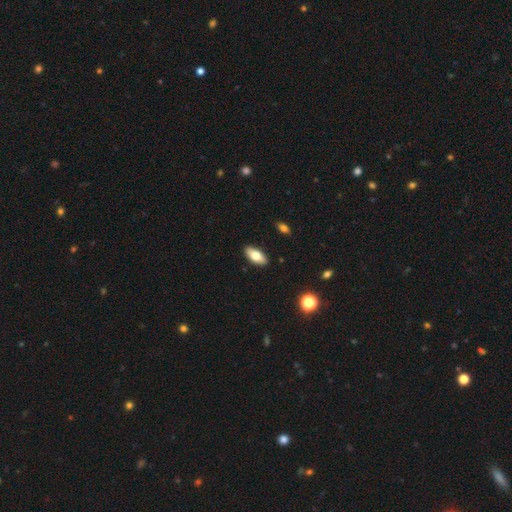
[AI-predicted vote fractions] A smooth galaxy with no disk features (72%) that is in between round and cigar-shaped (85%).

Vote fractions:
- Smooth or featured? smooth: 72% / featured or disk: 21% / star or artifact: 7%
- How rounded? in between: 85% / cigar-shaped: 12% / round: 3%
- Merging? none: 89% / minor disturbance: 8% / major disturbance: 2% / merger: 1%